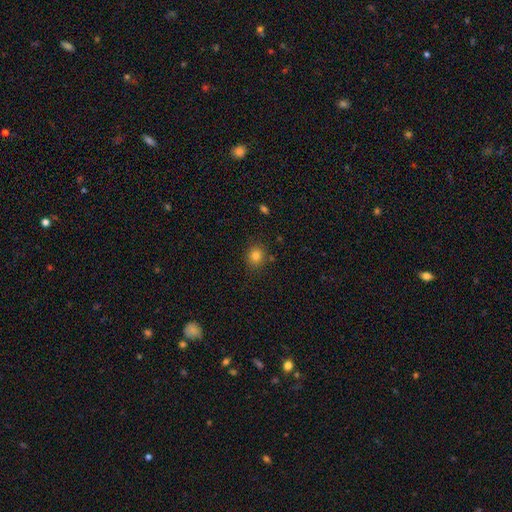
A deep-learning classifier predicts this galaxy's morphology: Smooth or featured? Predicted: smooth (p=0.81). How rounded? Predicted: round (p=0.80). Merging? Predicted: none (p=0.85).